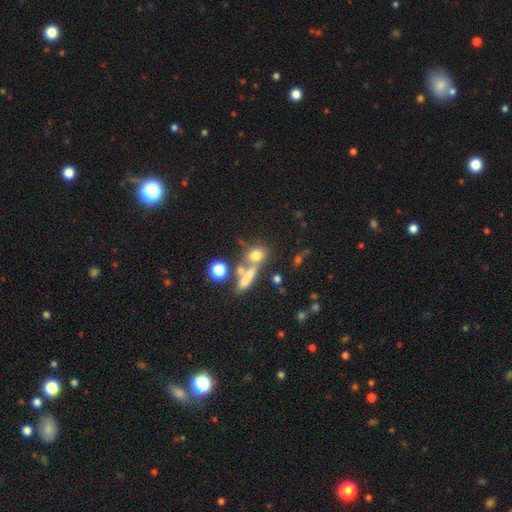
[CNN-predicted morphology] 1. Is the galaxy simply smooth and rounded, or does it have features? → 68% smooth, 17% star or artifact, 15% featured or disk.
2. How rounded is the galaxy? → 60% round, 26% in between, 14% cigar-shaped.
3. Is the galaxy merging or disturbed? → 53% none, 29% merger, 11% minor disturbance, 7% major disturbance.